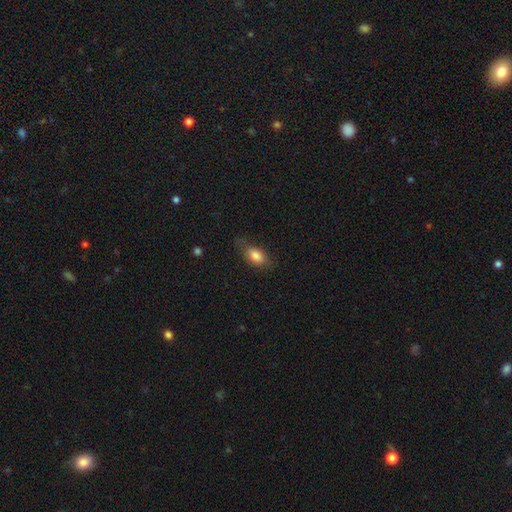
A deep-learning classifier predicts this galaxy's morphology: smooth 81%, featured or disk 11%, star or artifact 8%. Down the decision tree: how rounded — in between (88%); merging — none (62%).